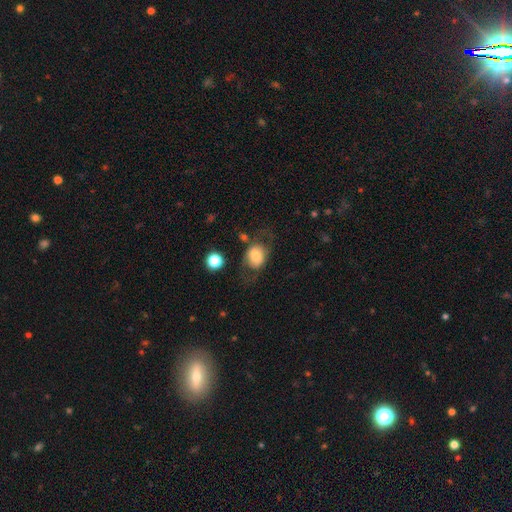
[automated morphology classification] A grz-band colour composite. It shows a smooth galaxy with no disk features (68%) that is round (51%). Merging: none (57%).